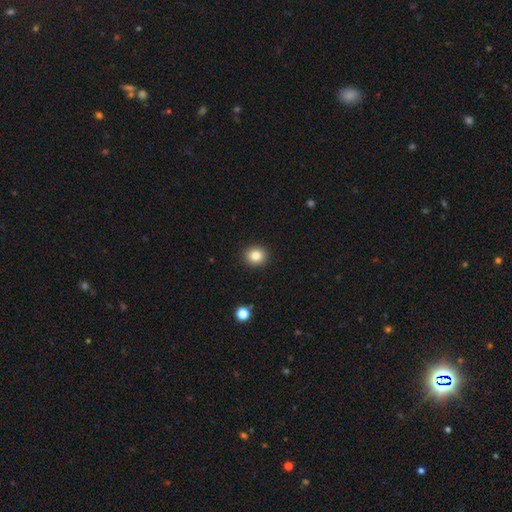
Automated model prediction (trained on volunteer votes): A smooth galaxy with no disk features (83%) that is round (85%). Merging: none (92%).